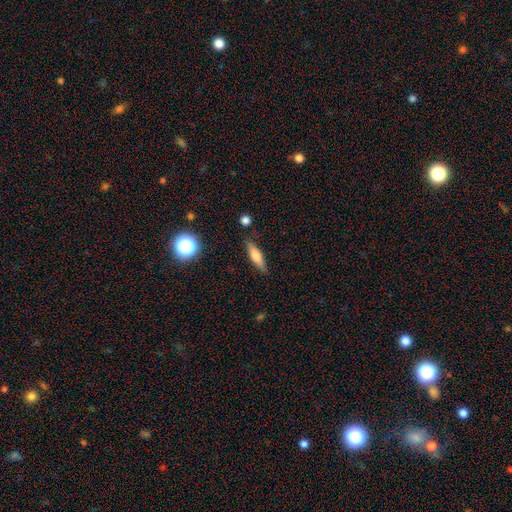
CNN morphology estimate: Smooth or featured?
  - smooth: 64% *
  - featured or disk: 28%
  - star or artifact: 8%
How rounded?
  - cigar-shaped: 66% *
  - in between: 31%
  - round: 3%
Merging?
  - none: 82% *
  - minor disturbance: 12%
  - major disturbance: 3%
  - merger: 2%